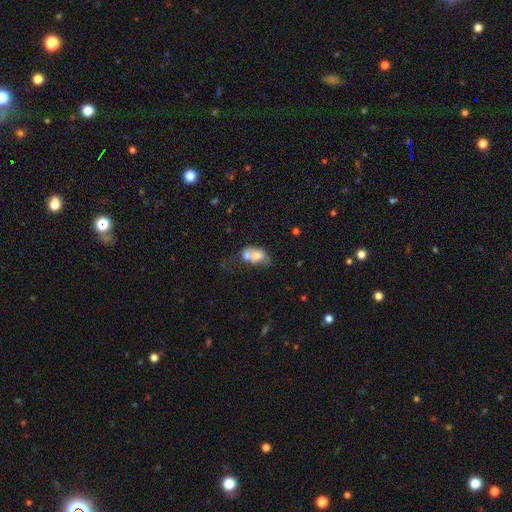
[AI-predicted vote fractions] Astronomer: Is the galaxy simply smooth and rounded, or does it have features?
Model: smooth — 65%.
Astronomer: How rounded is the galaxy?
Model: in between — 72%.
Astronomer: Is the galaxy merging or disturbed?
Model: merger — 60%.